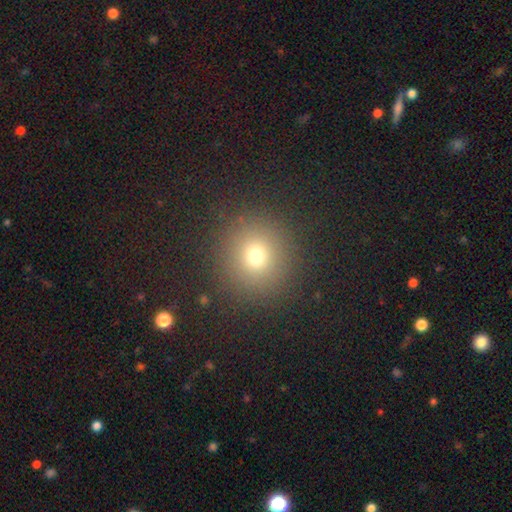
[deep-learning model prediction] Smooth or featured?
  - smooth: 71% *
  - star or artifact: 19%
  - featured or disk: 9%
How rounded?
  - round: 94% *
  - in between: 5%
  - cigar-shaped: 1%
Merging?
  - none: 90% *
  - minor disturbance: 6%
  - major disturbance: 3%
  - merger: 1%